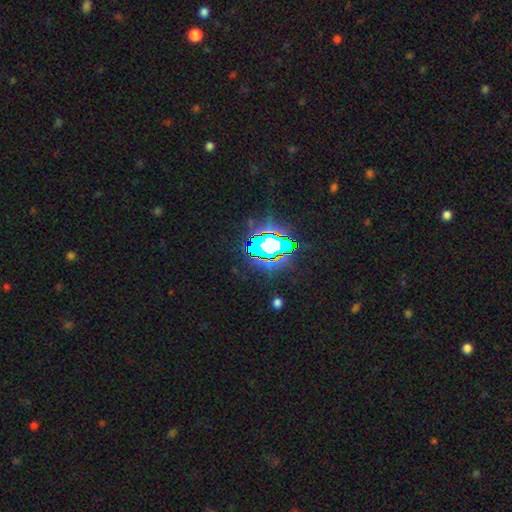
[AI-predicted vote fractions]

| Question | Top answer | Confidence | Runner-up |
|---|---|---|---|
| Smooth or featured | star or artifact | 73% | smooth (15%) |